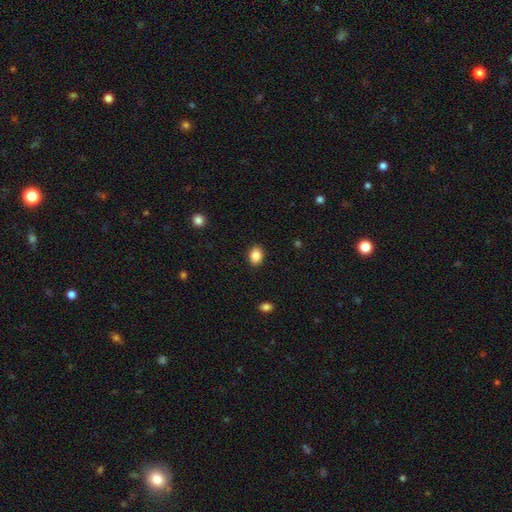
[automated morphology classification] smooth 87%, star or artifact 9%, featured or disk 4%. Down the decision tree: how rounded — in between (68%); merging — none (89%).